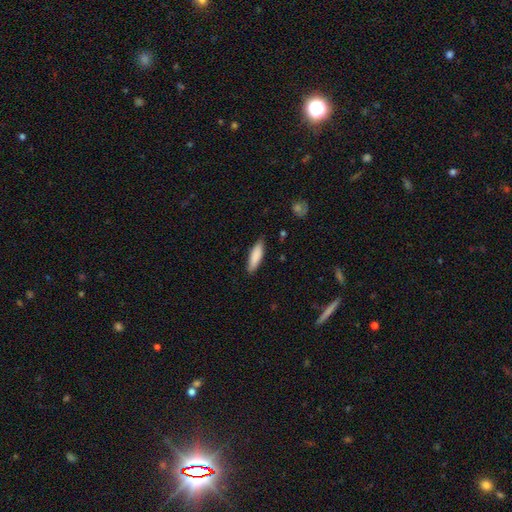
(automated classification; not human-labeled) smooth_or_featured: smooth (p=0.86) [alt: featured or disk p=0.09]
how_rounded: cigar-shaped (p=0.58) [alt: in between p=0.40]
merging: none (p=0.82) [alt: minor disturbance p=0.15]